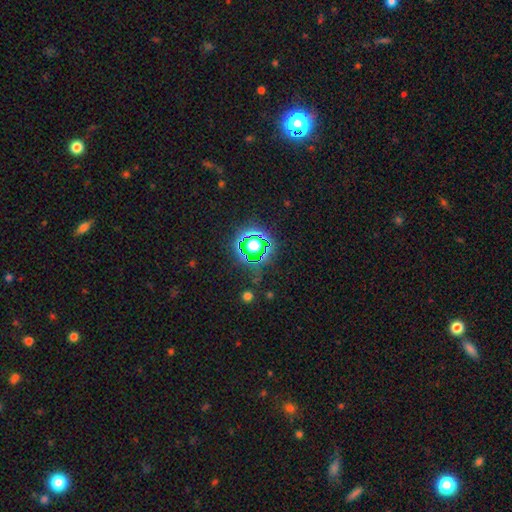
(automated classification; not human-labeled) This appears to be a star or artifact, not a galaxy (80%).